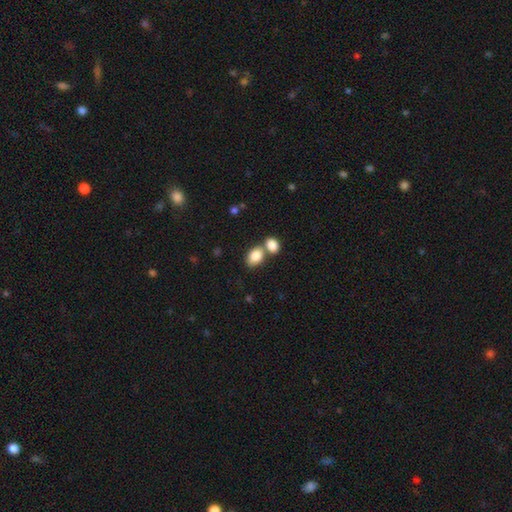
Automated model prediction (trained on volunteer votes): Smooth or featured? Predicted: smooth (p=0.84). How rounded? Predicted: in between (p=0.81). Merging? Predicted: merger (p=0.48).